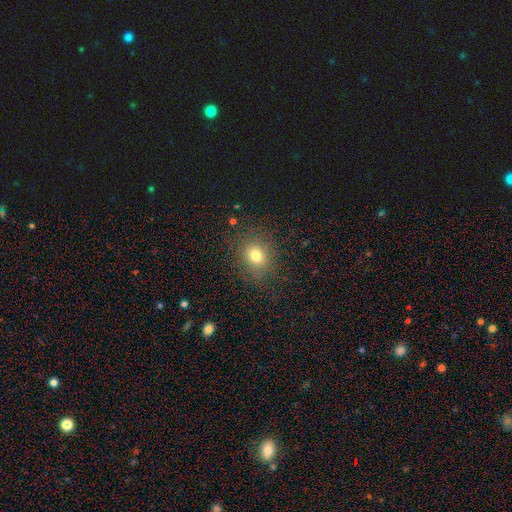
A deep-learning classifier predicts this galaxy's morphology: A smooth galaxy with no disk features (75%) that is round (71%).

Vote fractions:
- Smooth or featured? smooth: 75% / star or artifact: 16% / featured or disk: 9%
- How rounded? round: 71% / in between: 27% / cigar-shaped: 1%
- Merging? none: 84% / minor disturbance: 10% / major disturbance: 5% / merger: 1%